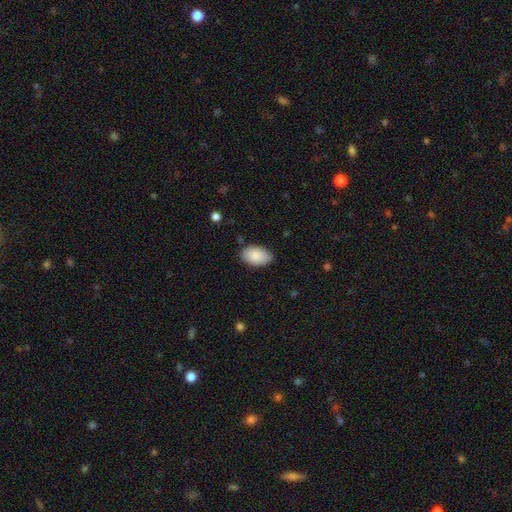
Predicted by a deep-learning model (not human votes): Smooth or featured?
  - smooth: 87% *
  - featured or disk: 6%
  - star or artifact: 6%
How rounded?
  - in between: 93% *
  - round: 5%
  - cigar-shaped: 1%
Merging?
  - none: 80% *
  - minor disturbance: 16%
  - major disturbance: 3%
  - merger: 1%